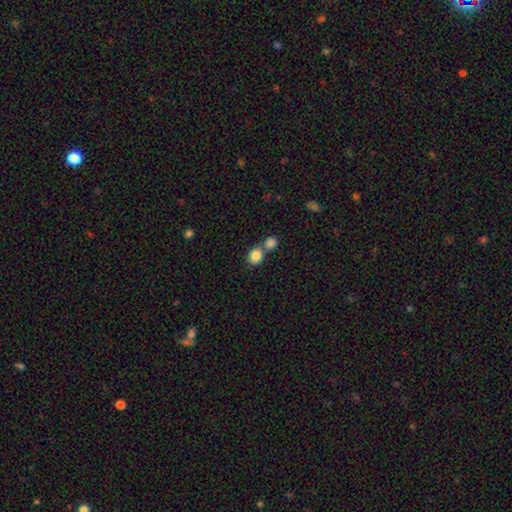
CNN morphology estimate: The model was most divided on "merging": none: 45%, merger: 44%, minor disturbance: 8%, major disturbance: 3%. More confident: smooth or featured — smooth (85%); how rounded — round (62%).